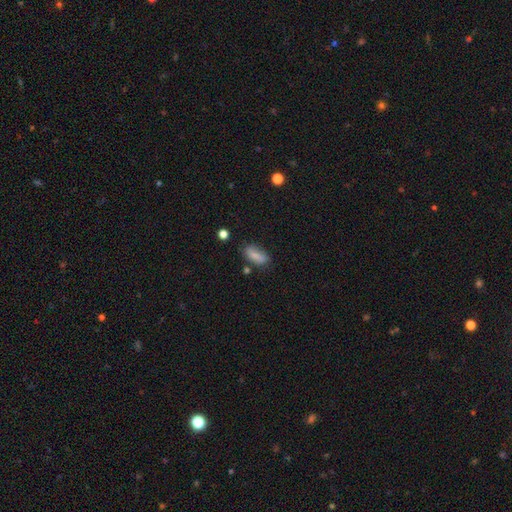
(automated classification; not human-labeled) Smooth or featured: smooth — 76% (featured or disk — 16%)
How rounded: in between — 82% (cigar-shaped — 14%)
Merging: none — 66% (minor disturbance — 23%)